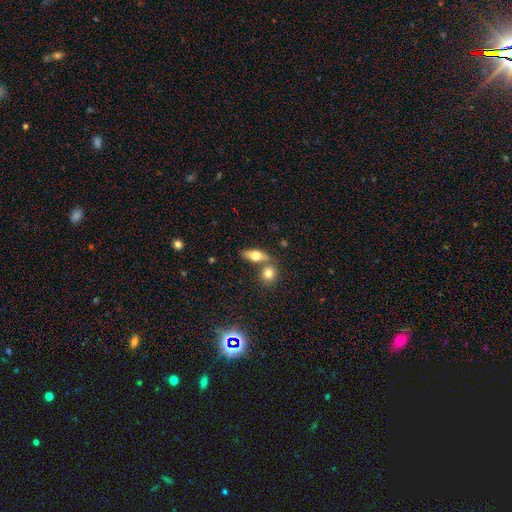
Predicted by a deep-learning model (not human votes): A smooth galaxy with no disk features (67%) that is in between round and cigar-shaped (73%).

Vote fractions:
- Smooth or featured? smooth: 67% / featured or disk: 25% / star or artifact: 8%
- How rounded? in between: 73% / cigar-shaped: 18% / round: 9%
- Merging? none: 53% / merger: 34% / minor disturbance: 10% / major disturbance: 4%